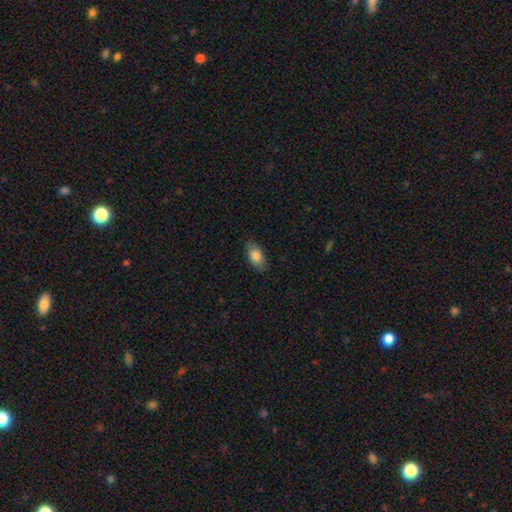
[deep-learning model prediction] smooth-or-featured: smooth: 82% | featured or disk: 11% | star or artifact: 7%
  how-rounded: in between: 90% | round: 6% | cigar-shaped: 4%
  merging: none: 84% | minor disturbance: 12% | major disturbance: 3% | merger: 1%